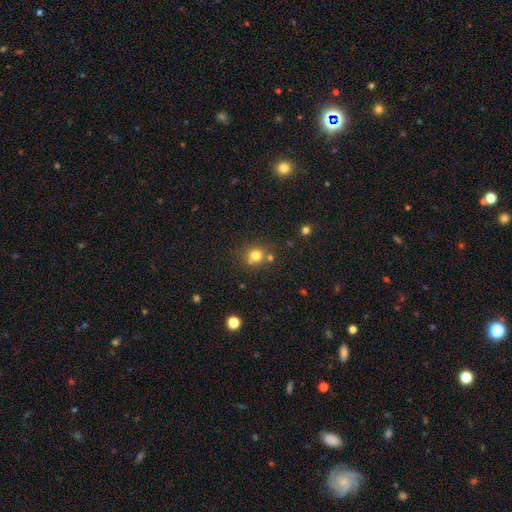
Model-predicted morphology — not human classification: Smooth or featured?
  - smooth: 76% *
  - star or artifact: 15%
  - featured or disk: 9%
How rounded?
  - round: 84% *
  - in between: 15%
  - cigar-shaped: 1%
Merging?
  - none: 67% *
  - merger: 18%
  - minor disturbance: 11%
  - major disturbance: 4%